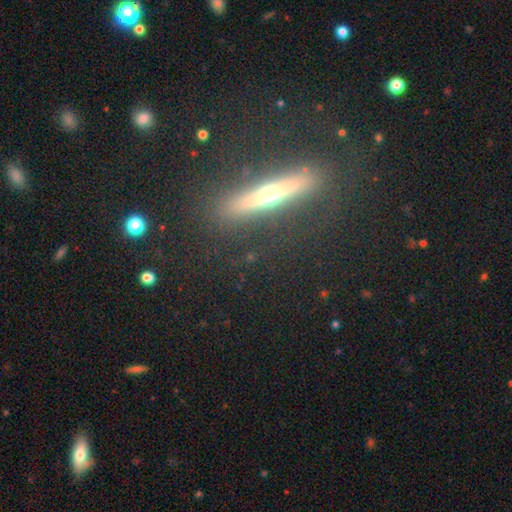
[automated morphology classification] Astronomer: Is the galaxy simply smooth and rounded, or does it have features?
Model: featured or disk — 61%.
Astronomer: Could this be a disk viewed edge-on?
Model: yes — 92%.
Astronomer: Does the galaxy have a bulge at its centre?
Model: rounded — 89%.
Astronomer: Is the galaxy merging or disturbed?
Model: none — 87%.